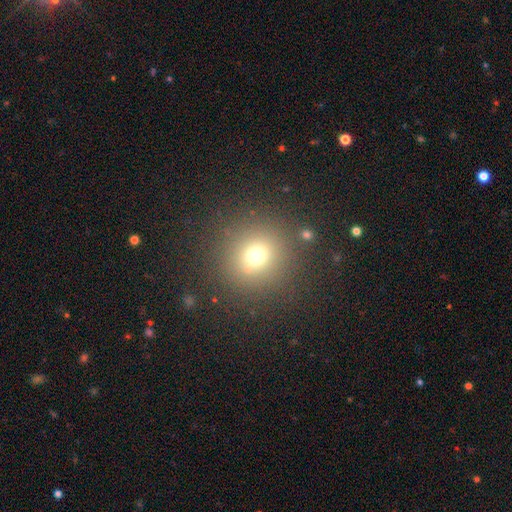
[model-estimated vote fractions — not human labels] A smooth galaxy with no disk features (70%) that is round (92%). Merging: none (86%).